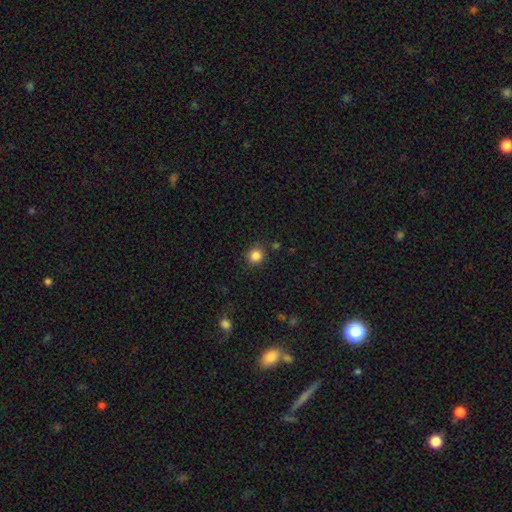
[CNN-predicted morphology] This is clearly a smooth galaxy (85%). How rounded: clearly round (89%). Merging: clearly none (86%).